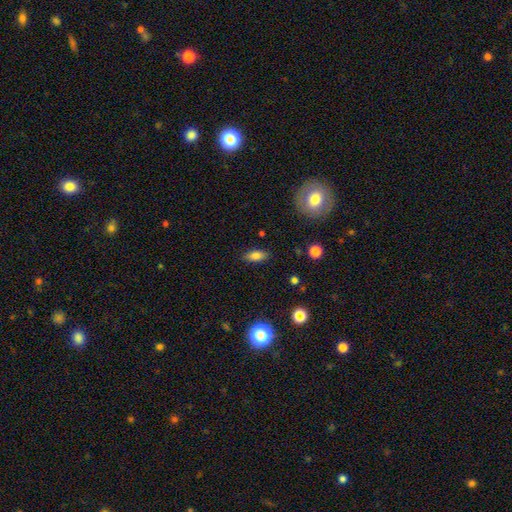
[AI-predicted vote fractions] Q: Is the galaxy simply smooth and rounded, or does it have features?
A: smooth — 80%.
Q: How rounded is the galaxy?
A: in between — 82%.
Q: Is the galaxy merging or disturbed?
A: none — 86%.